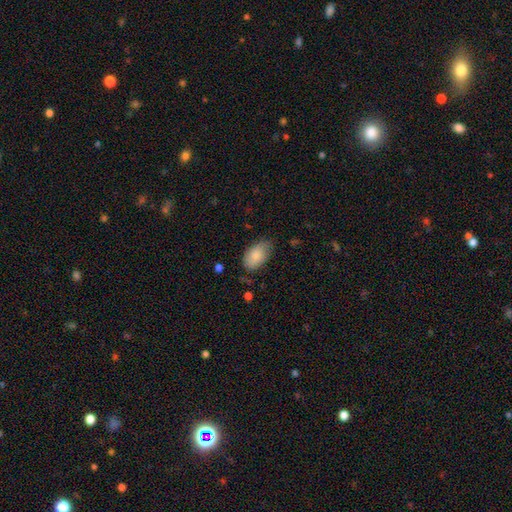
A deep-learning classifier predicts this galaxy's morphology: The model was most divided on "merging": none: 71%, minor disturbance: 23%, major disturbance: 4%, merger: 1%. More confident: how rounded — in between (93%); smooth or featured — smooth (84%).